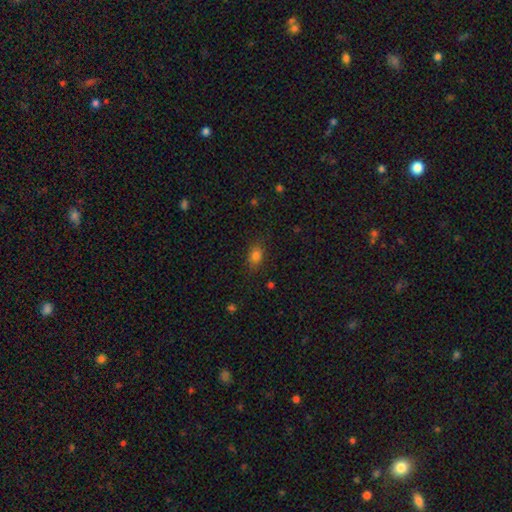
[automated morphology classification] smooth 80%, star or artifact 13%, featured or disk 6%. Down the decision tree: how rounded — in between (70%); merging — none (80%).